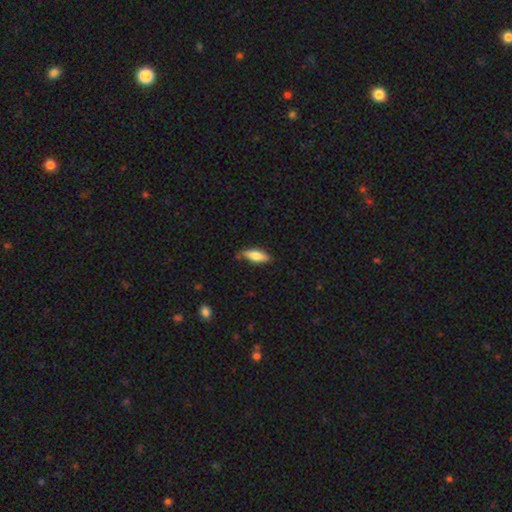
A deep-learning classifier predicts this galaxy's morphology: The model was most divided on "how rounded": in between: 60%, cigar-shaped: 38%, round: 2%. More confident: smooth or featured — smooth (76%); merging — none (71%).